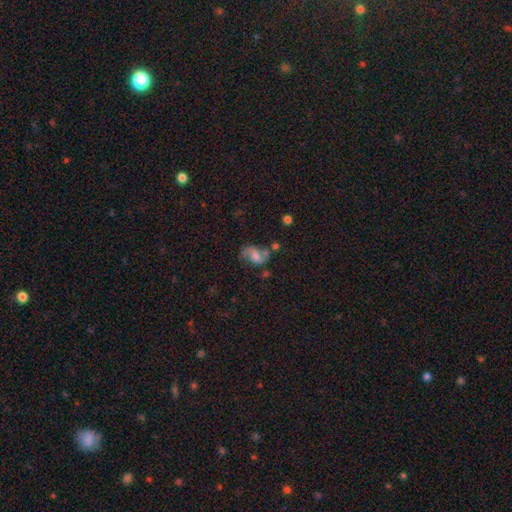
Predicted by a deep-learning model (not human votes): featured or disk 45% (tied), smooth 45% (tied), star or artifact 11%. Down the decision tree: merging — none (45%).